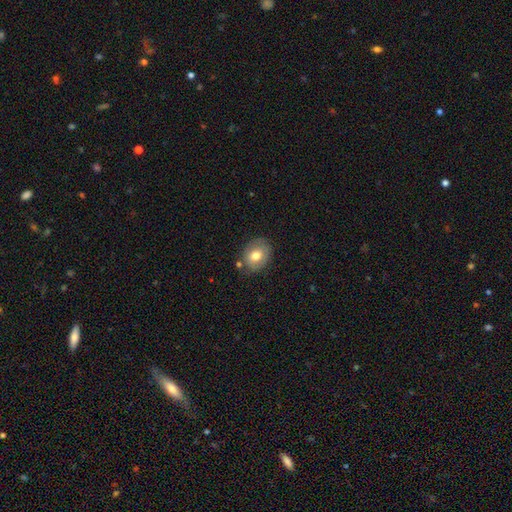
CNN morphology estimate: This is likely a smooth galaxy (65%). How rounded: possibly in between (54%). Merging: likely none (74%).